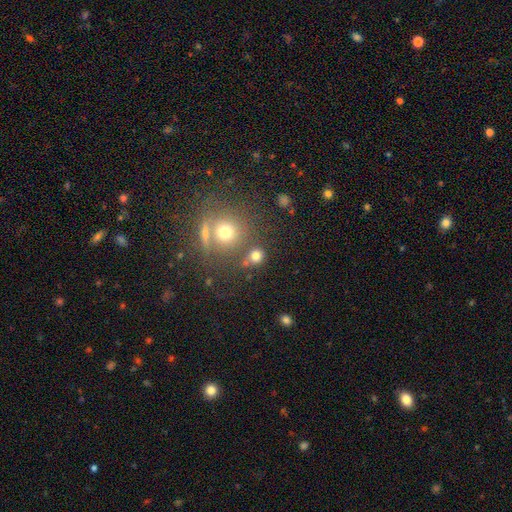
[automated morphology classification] A smooth galaxy with no disk features (74%) that is round (80%).

Vote fractions:
- Smooth or featured? smooth: 74% / star or artifact: 17% / featured or disk: 9%
- How rounded? round: 80% / in between: 18% / cigar-shaped: 1%
- Merging? none: 66% / merger: 18% / minor disturbance: 10% / major disturbance: 6%